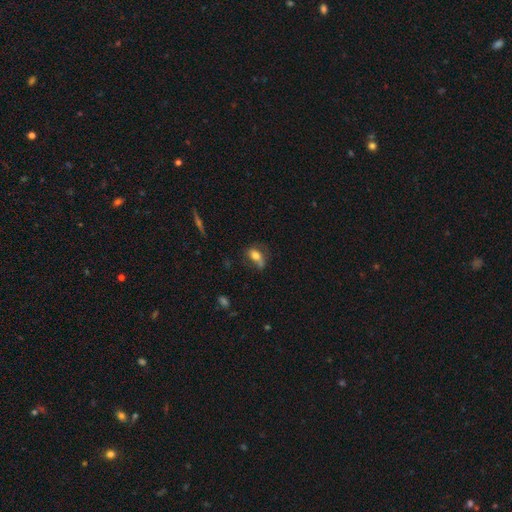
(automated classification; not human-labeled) smooth 69%, featured or disk 22%, star or artifact 10%. Down the decision tree: how rounded — in between (81%); merging — none (46%).